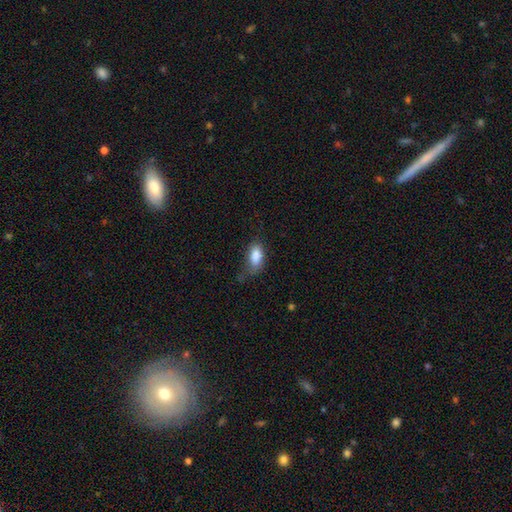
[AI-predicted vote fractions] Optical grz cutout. It shows a smooth galaxy with no disk features (85%) that is in between round and cigar-shaped (90%). Merging: none (48%).